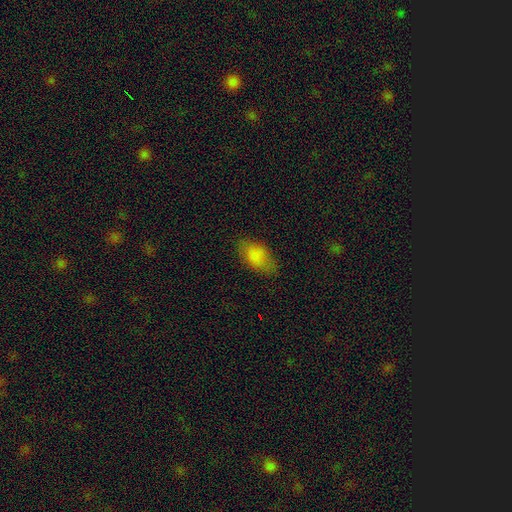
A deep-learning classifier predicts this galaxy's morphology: Smooth or featured? Predicted: smooth (p=0.82). How rounded? Predicted: in between (p=0.92). Merging? Predicted: none (p=0.73).